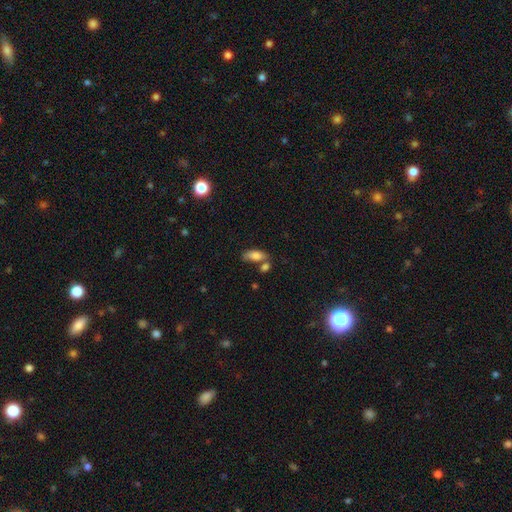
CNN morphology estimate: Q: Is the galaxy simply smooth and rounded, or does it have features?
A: smooth — 81%.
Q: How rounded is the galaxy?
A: in between — 82%.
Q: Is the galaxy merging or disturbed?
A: none — 53%.